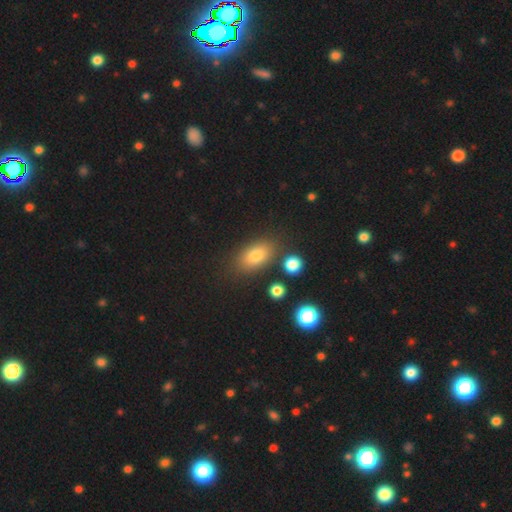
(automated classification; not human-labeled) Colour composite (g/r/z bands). It shows a smooth galaxy with no disk features (77%) that is in between round and cigar-shaped (85%). Merging: none (80%).